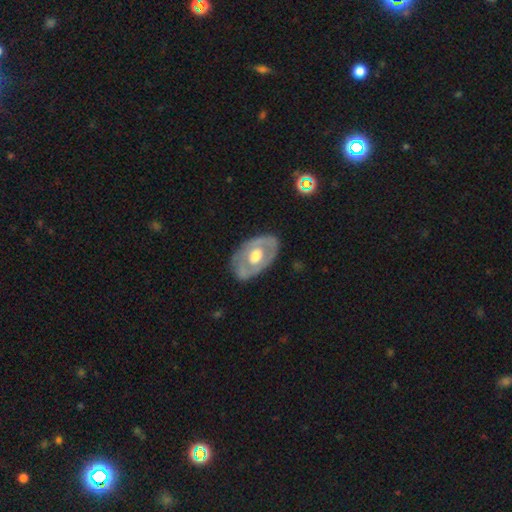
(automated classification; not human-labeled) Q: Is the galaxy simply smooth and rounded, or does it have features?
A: featured or disk — 61%.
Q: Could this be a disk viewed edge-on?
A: no — 90%.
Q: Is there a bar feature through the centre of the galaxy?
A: no — 82%.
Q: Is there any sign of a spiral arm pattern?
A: no — 79%.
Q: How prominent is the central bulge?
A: moderate — 60%.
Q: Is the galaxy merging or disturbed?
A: none — 77%.